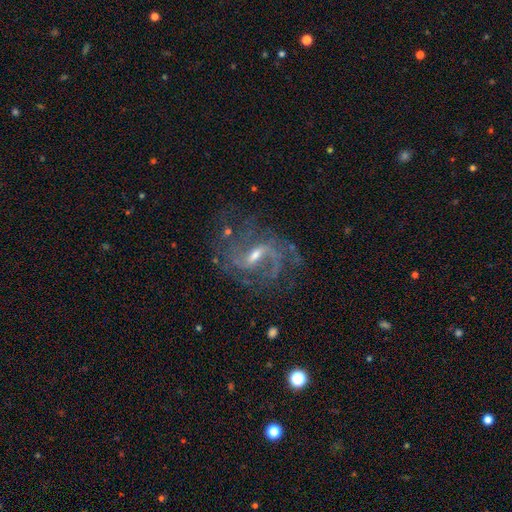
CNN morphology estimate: A featured or disk galaxy (87%) with a weak bar (52%), 2 (64%) medium (46%) spiral arms (96%) and a small central bulge (51%). Merging: none (65%).